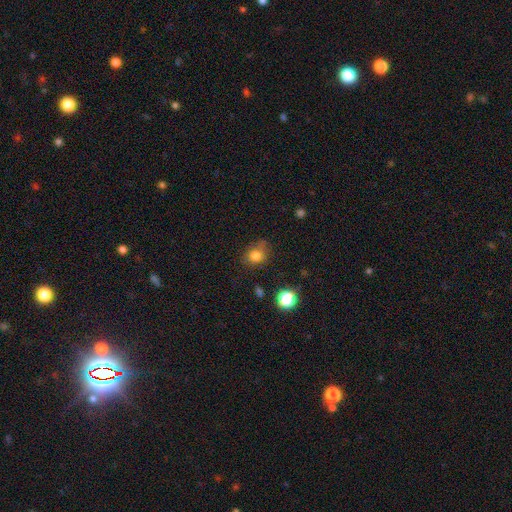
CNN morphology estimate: Overall: smooth (79%). How rounded: round (66%; in between 33%). Merging: none (63%; minor disturbance 26%).